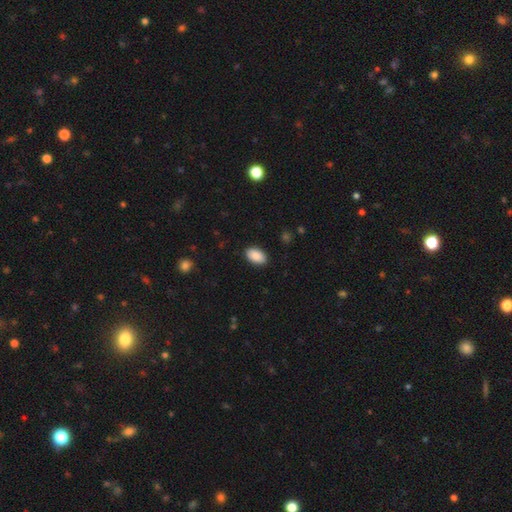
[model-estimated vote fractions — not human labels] This appears to be a smooth galaxy with no disk features (89%) that is in between round and cigar-shaped (94%). Merging: none (89%).